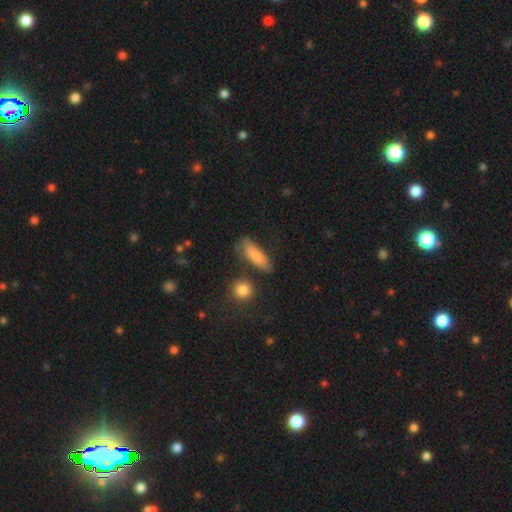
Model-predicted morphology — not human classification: Smooth or featured?
  - smooth: 76% *
  - featured or disk: 16%
  - star or artifact: 7%
How rounded?
  - in between: 58% *
  - cigar-shaped: 37%
  - round: 4%
Merging?
  - none: 65% *
  - minor disturbance: 21%
  - merger: 7%
  - major disturbance: 7%